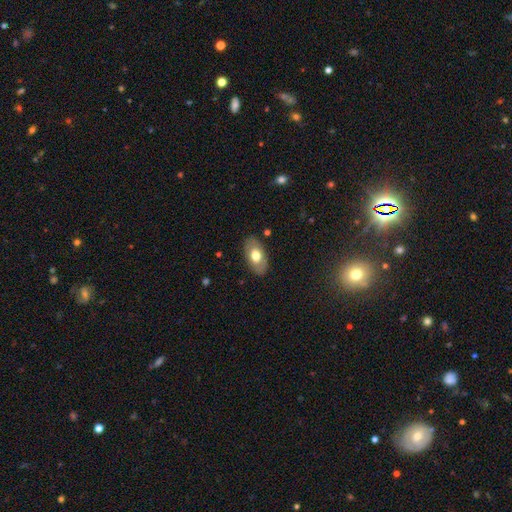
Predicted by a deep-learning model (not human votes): Smooth or featured? Predicted: smooth (p=0.63). How rounded? Predicted: in between (p=0.93). Merging? Predicted: none (p=0.85).